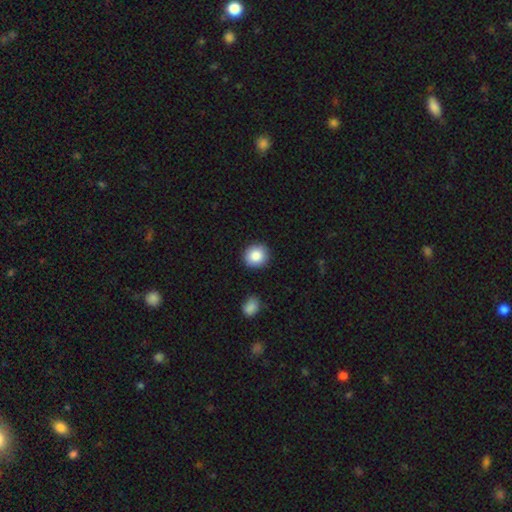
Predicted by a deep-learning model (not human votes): A smooth galaxy with no disk features (87%) that is round (87%).

Vote fractions:
- Smooth or featured? smooth: 87% / star or artifact: 8% / featured or disk: 5%
- How rounded? round: 87% / in between: 12% / cigar-shaped: 1%
- Merging? none: 89% / minor disturbance: 7% / major disturbance: 2% / merger: 2%